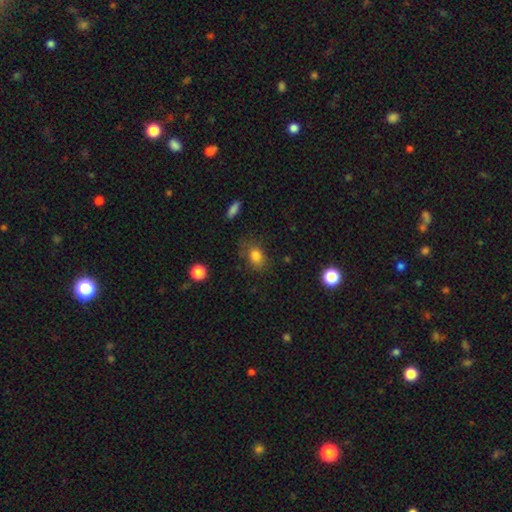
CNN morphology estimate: A smooth galaxy with no disk features (81%) that is in between round and cigar-shaped (64%). Merging: none (67%).